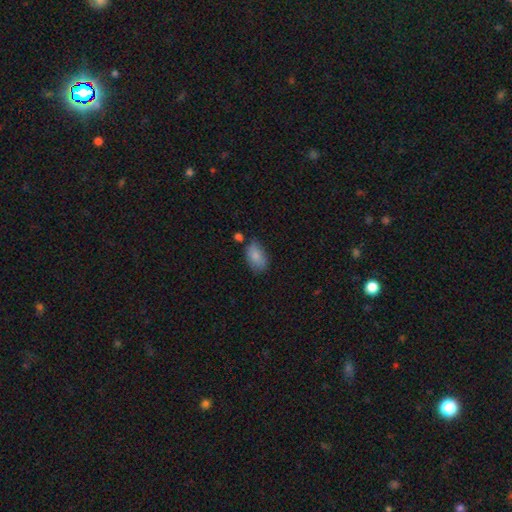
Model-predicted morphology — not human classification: Smooth or featured? Predicted: smooth (p=0.84). How rounded? Predicted: in between (p=0.91). Merging? Predicted: none (p=0.62).